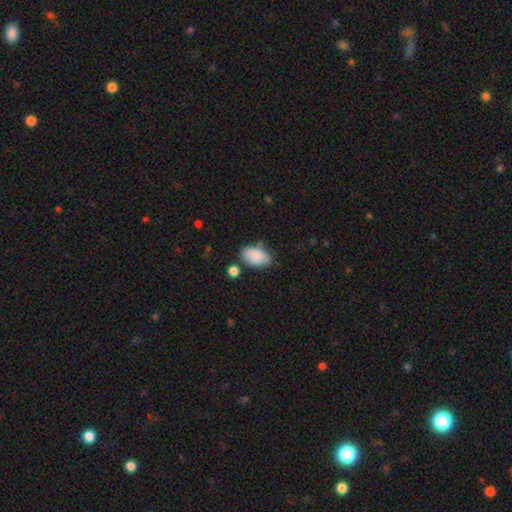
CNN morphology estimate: smooth 86%, featured or disk 7%, star or artifact 7%. Down the decision tree: how rounded — in between (92%); merging — none (62%).